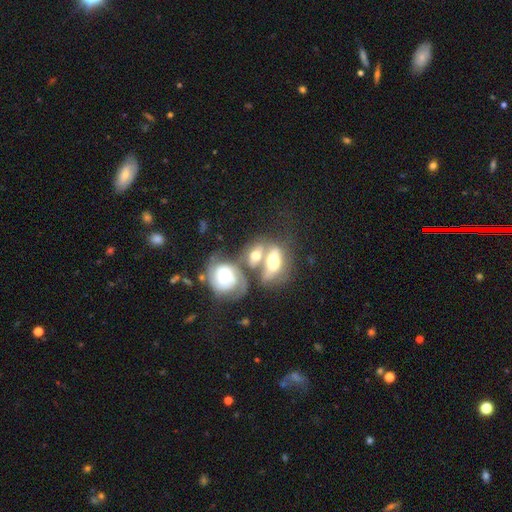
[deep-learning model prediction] This is possibly a featured or disk galaxy (52%). It is clearly not viewed edge-on (87%). Merging: likely merger (68%).